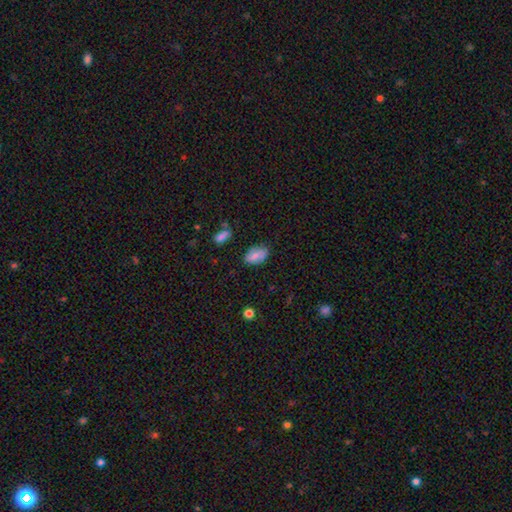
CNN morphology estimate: Smooth or featured? Predicted: smooth (p=0.73). How rounded? Predicted: in between (p=0.92). Merging? Predicted: none (p=0.76).